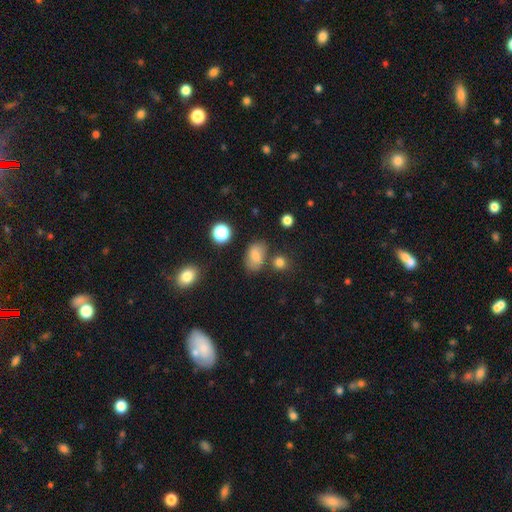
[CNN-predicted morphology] smooth 74%, featured or disk 13%, star or artifact 13%. Down the decision tree: how rounded — in between (80%); merging — none (69%).